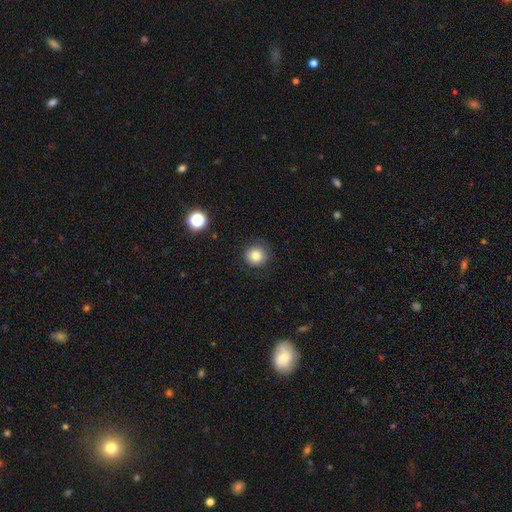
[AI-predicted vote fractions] A smooth galaxy with no disk features (83%) that is round (91%). Merging: none (86%).